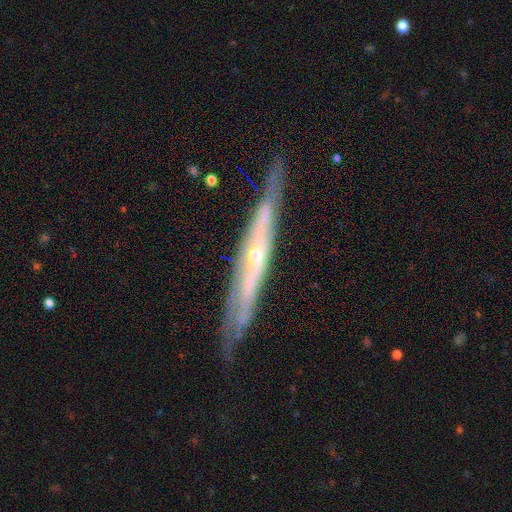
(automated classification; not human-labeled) smooth_or_featured: featured or disk (p=0.79) [alt: smooth p=0.15]
disk_edge_on: yes (p=0.79) [alt: no p=0.21]
edge_on_bulge: rounded (p=0.54) [alt: none p=0.41]
merging: none (p=0.79) [alt: minor disturbance p=0.16]